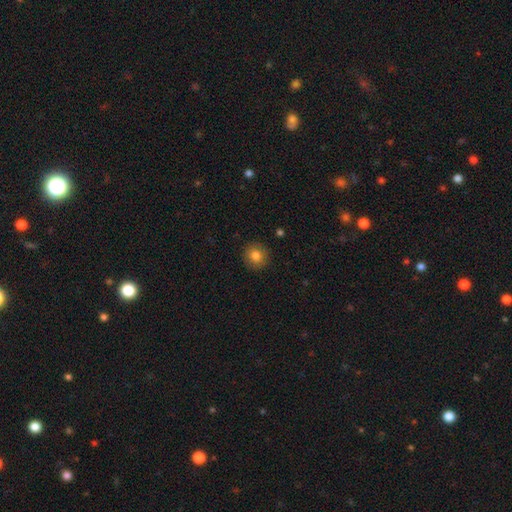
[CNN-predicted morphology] Smooth or featured: smooth — 82% (star or artifact — 10%)
How rounded: round — 92% (in between — 7%)
Merging: none — 91% (minor disturbance — 6%)